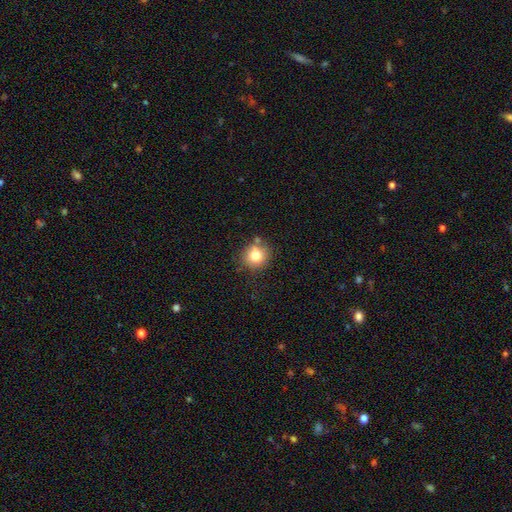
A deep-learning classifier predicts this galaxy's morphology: smooth-or-featured: smooth: 79% | star or artifact: 11% | featured or disk: 10%
  how-rounded: round: 89% | in between: 10% | cigar-shaped: 1%
  merging: none: 76% | minor disturbance: 13% | merger: 8% | major disturbance: 3%